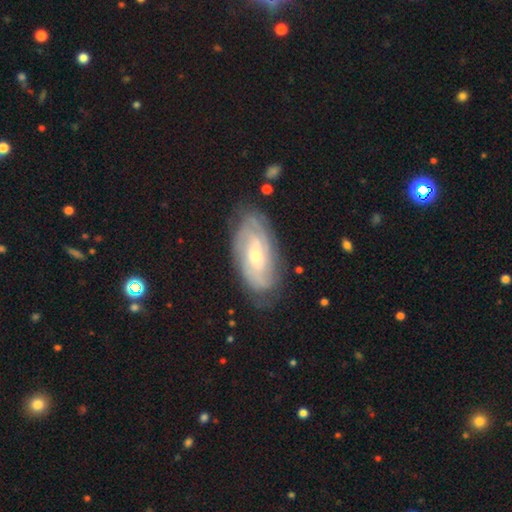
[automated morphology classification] type=featured or disk (79%); edge-on=no (93%); bar=no (52%); spiral arms=yes (92%); winding=tight (67%); arm count=can't tell (42%); bulge=moderate (53%); merging=none (77%).